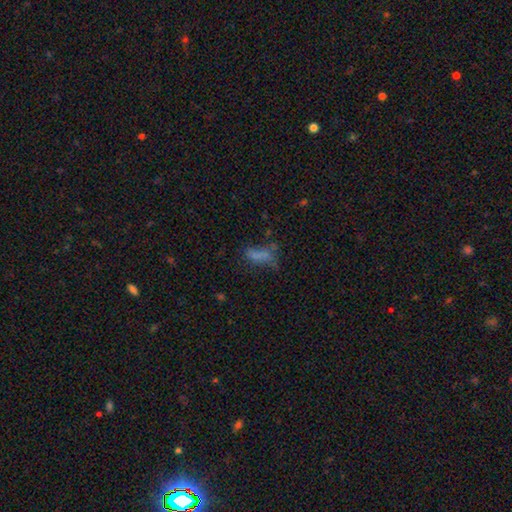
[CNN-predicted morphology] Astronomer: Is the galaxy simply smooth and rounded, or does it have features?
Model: star or artifact — 40% (runner-up: smooth, 37%).